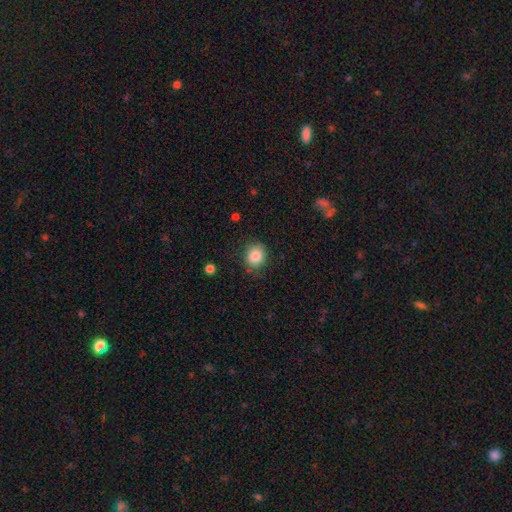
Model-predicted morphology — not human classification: type=smooth (85%); roundness=round (73%); merging=none (81%).